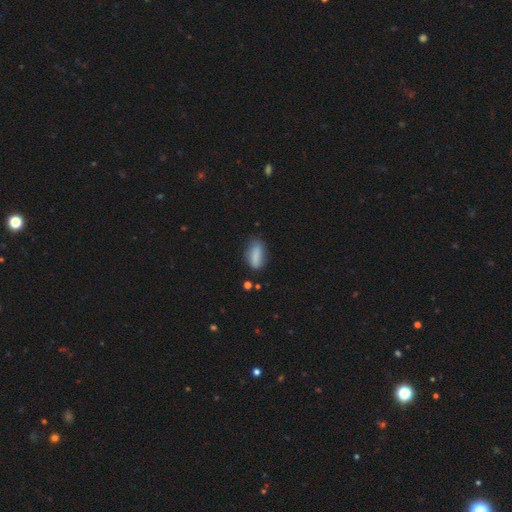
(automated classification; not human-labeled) Morphology: type=smooth (81%); roundness=in between (80%); merging=none (65%).